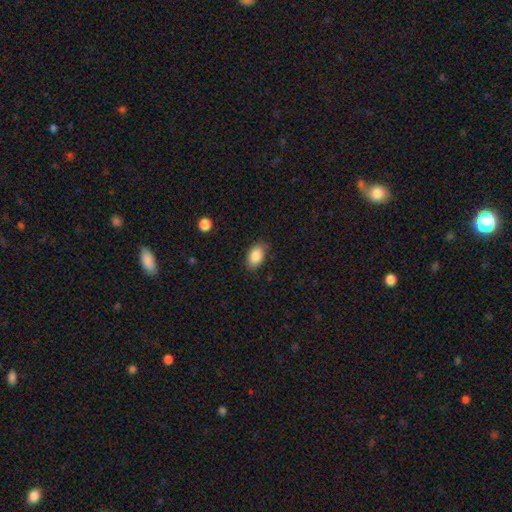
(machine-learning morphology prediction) A smooth galaxy with no disk features (86%) that is in between round and cigar-shaped (88%). Merging: none (79%).